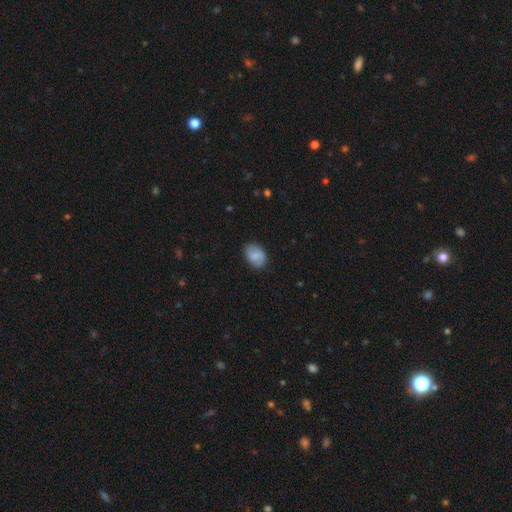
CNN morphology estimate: Overall: smooth (64%; featured or disk 28%). How rounded: in between (74%). Merging: none (79%).